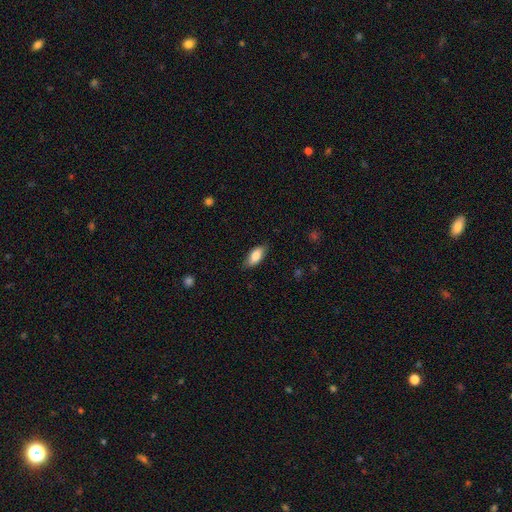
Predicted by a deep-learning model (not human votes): smooth 83%, featured or disk 10%, star or artifact 6%. Down the decision tree: how rounded — in between (88%); merging — none (81%).